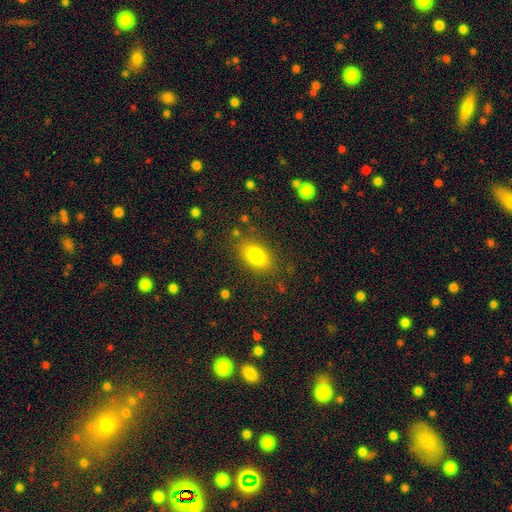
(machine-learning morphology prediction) This is likely a smooth galaxy (80%). How rounded: clearly in between (87%). Merging: clearly none (82%).